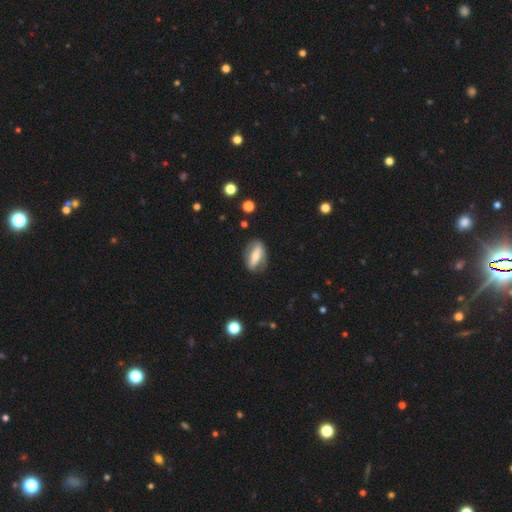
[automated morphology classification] Smooth or featured: featured or disk — 50% (smooth — 44%)
Merging: none — 74% (minor disturbance — 18%)